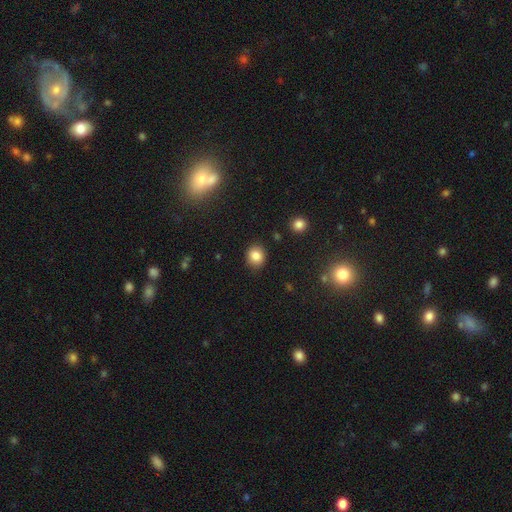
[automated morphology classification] Smooth or featured?
  - smooth: 84% *
  - star or artifact: 10%
  - featured or disk: 6%
How rounded?
  - round: 69% *
  - in between: 30%
  - cigar-shaped: 1%
Merging?
  - none: 86% *
  - minor disturbance: 10%
  - major disturbance: 2%
  - merger: 2%